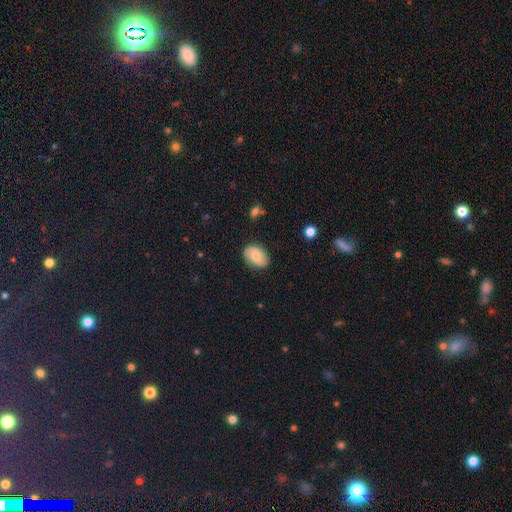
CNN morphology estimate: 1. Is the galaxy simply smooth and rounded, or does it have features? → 58% smooth, 34% featured or disk, 8% star or artifact.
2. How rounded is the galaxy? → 80% in between, 19% round, 1% cigar-shaped.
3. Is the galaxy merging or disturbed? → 79% none, 15% minor disturbance, 4% major disturbance, 1% merger.